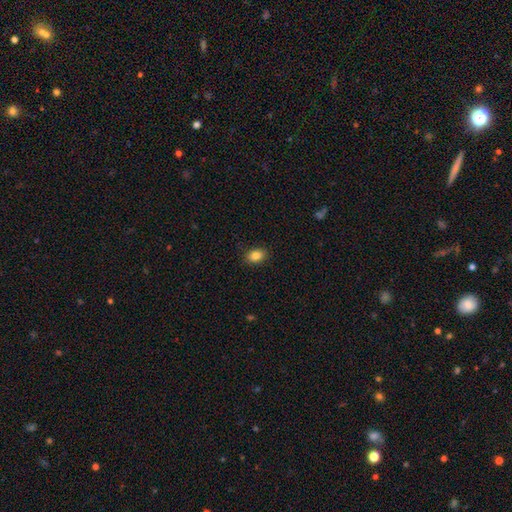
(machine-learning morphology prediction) Smooth or featured: smooth — 85% (star or artifact — 9%)
How rounded: in between — 78% (round — 21%)
Merging: none — 88% (minor disturbance — 9%)